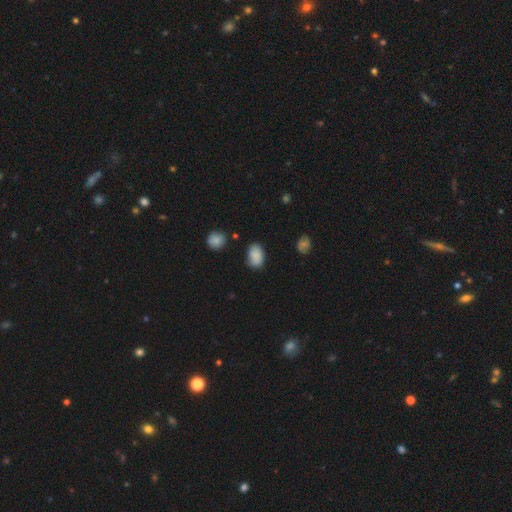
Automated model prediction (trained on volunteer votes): Smooth or featured?
  - smooth: 85% *
  - star or artifact: 8%
  - featured or disk: 6%
How rounded?
  - in between: 87% *
  - round: 11%
  - cigar-shaped: 1%
Merging?
  - none: 74% *
  - minor disturbance: 19%
  - major disturbance: 4%
  - merger: 3%